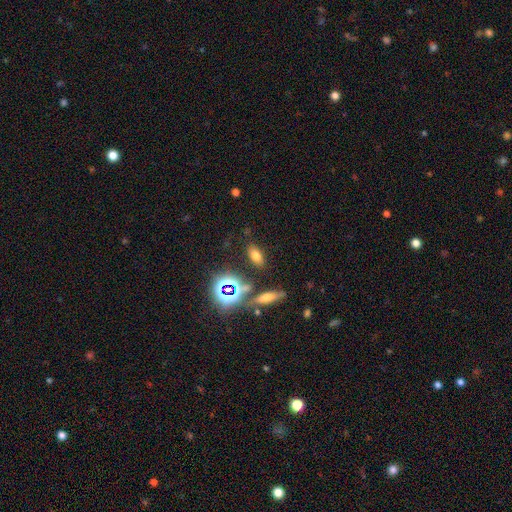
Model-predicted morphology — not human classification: Smooth or featured?
  - smooth: 65% *
  - star or artifact: 24%
  - featured or disk: 11%
How rounded?
  - in between: 82% *
  - round: 10%
  - cigar-shaped: 9%
Merging?
  - none: 82% *
  - minor disturbance: 9%
  - merger: 5%
  - major disturbance: 4%